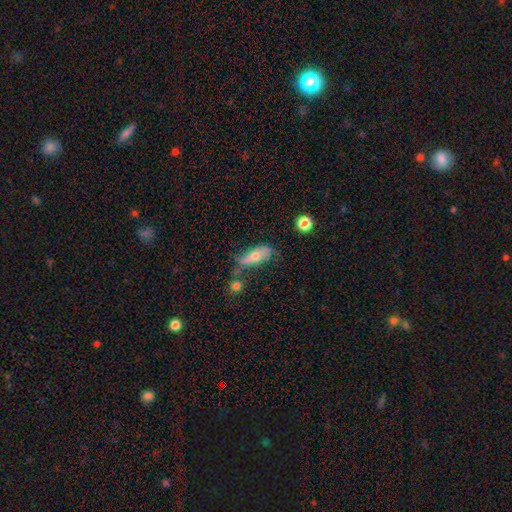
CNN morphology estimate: Q: Smooth or featured?
A: smooth (59%); runner-up: featured or disk (32%)
Q: How rounded?
A: in between (73%); runner-up: cigar-shaped (23%)
Q: Merging?
A: none (50%); runner-up: minor disturbance (31%)